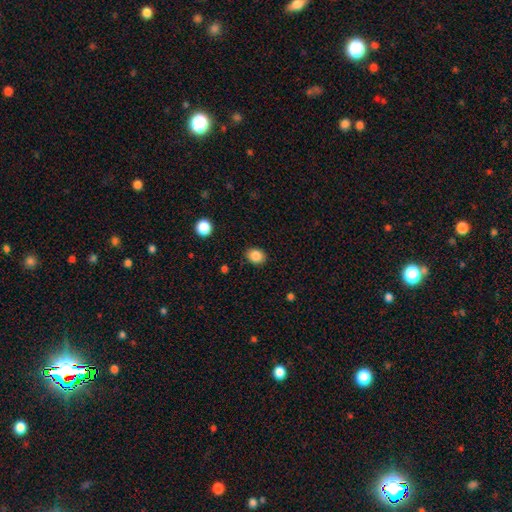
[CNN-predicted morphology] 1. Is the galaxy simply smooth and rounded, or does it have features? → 86% smooth, 10% star or artifact, 5% featured or disk.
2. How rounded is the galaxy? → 51% in between, 48% round, 1% cigar-shaped.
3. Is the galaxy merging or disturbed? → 87% none, 10% minor disturbance, 2% major disturbance, 1% merger.